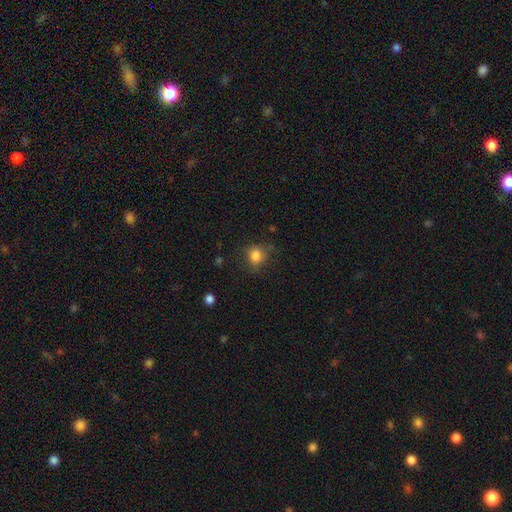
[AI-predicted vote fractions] The model was most divided on "how rounded": round: 66%, in between: 33%, cigar-shaped: 1%. More confident: smooth or featured — smooth (82%); merging — none (70%).